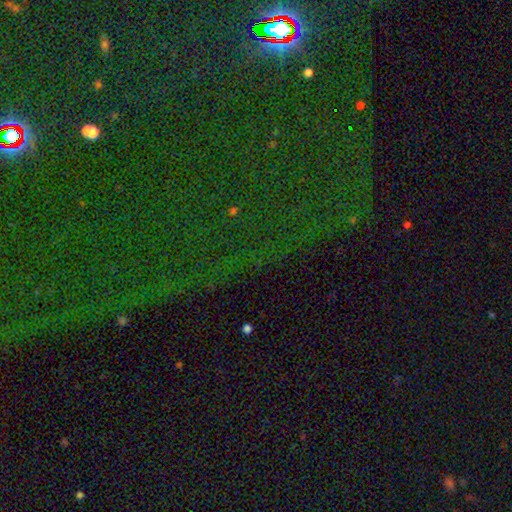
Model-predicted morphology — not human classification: smooth-or-featured: star or artifact: 82% | smooth: 9% | featured or disk: 9%